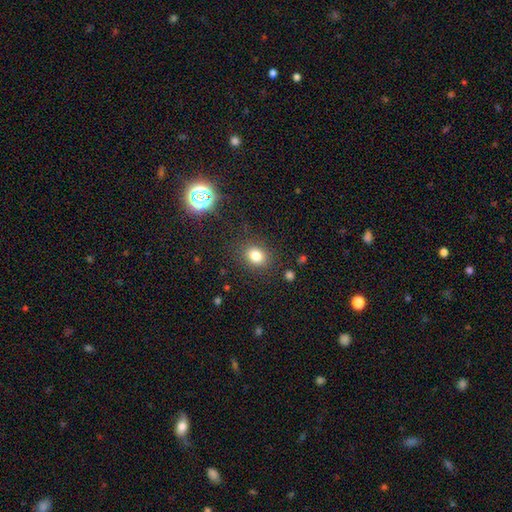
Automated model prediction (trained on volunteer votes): The model was most divided on "how rounded": round: 52%, in between: 47%, cigar-shaped: 1%. More confident: merging — none (85%); smooth or featured — smooth (80%).